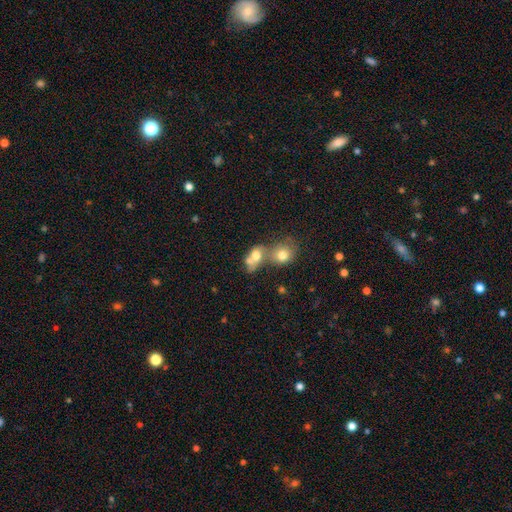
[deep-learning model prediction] Smooth or featured? smooth (69%)
How rounded? round (51%)
Merging? merger (68%)